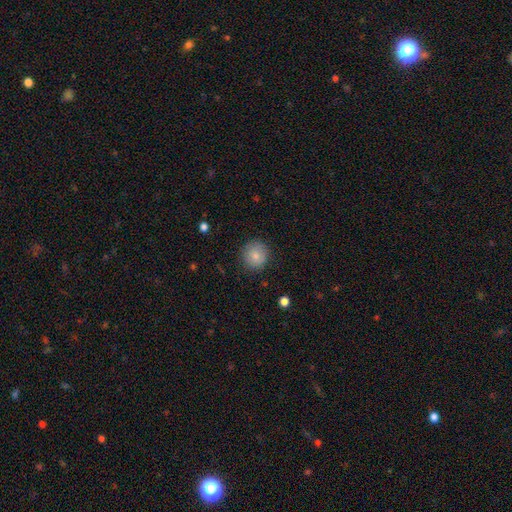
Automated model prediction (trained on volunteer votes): Overall: smooth (81%). How rounded: round (91%). Merging: none (86%).